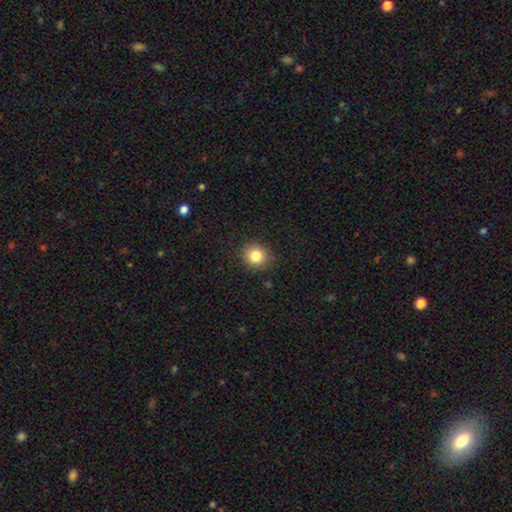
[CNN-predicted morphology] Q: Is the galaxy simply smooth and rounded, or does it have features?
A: smooth — 84%.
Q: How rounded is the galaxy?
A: round — 87%.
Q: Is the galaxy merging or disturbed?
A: none — 88%.